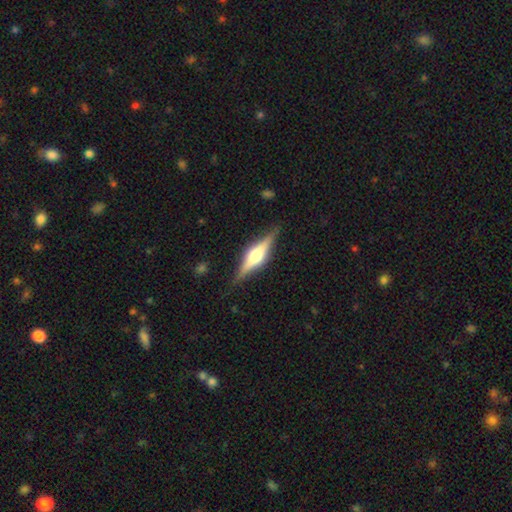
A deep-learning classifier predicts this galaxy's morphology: smooth_or_featured: featured or disk (p=0.73) [alt: smooth p=0.21]
disk_edge_on: yes (p=0.97) [alt: no p=0.03]
edge_on_bulge: rounded (p=0.84) [alt: boxy p=0.13]
merging: none (p=0.86) [alt: minor disturbance p=0.10]